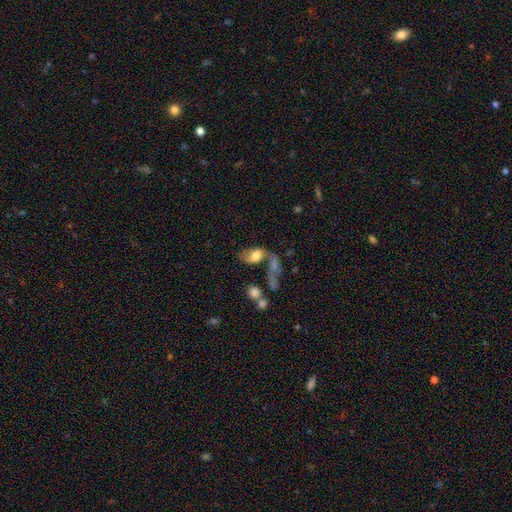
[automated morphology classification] Smooth or featured? smooth (49%)
Merging? merger (42%)